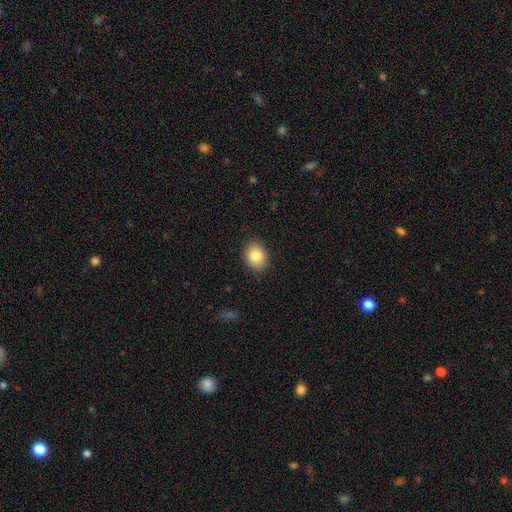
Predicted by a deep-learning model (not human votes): The model was most divided on "how rounded": in between: 61%, round: 38%, cigar-shaped: 1%. More confident: merging — none (88%); smooth or featured — smooth (83%).